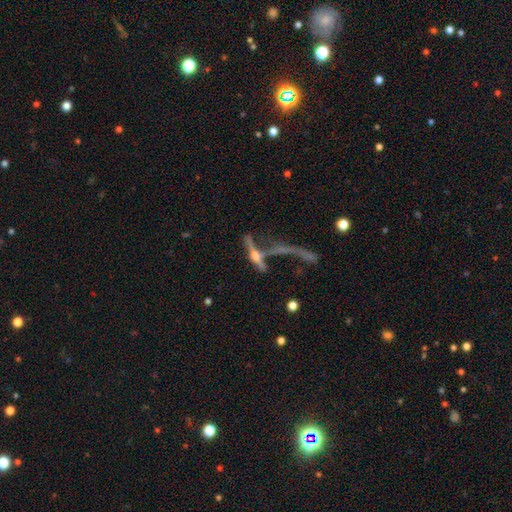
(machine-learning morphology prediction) type=featured or disk (64%); edge-on=yes (79%); edge-on bulge=rounded (87%); merging=none (33%).